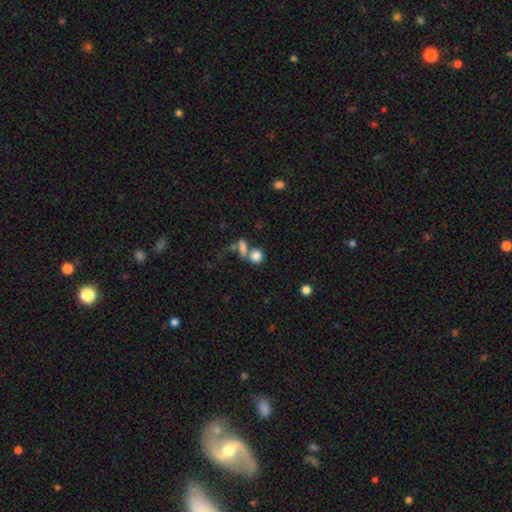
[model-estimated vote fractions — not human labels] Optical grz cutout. It shows a smooth galaxy with no disk features (82%) that is round (77%). Merging: none (42%).